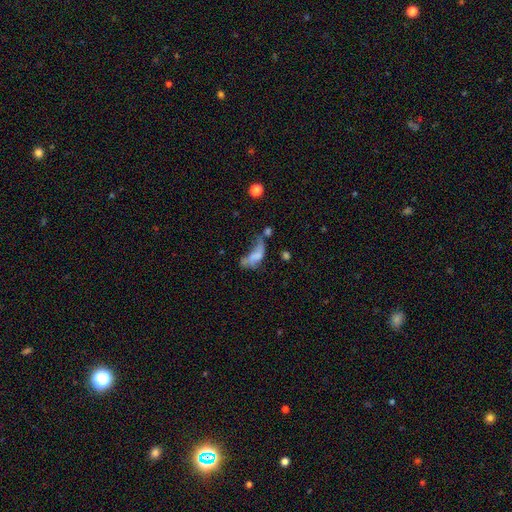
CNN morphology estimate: type=smooth (51%); roundness=in between (81%); merging=major disturbance (40%).